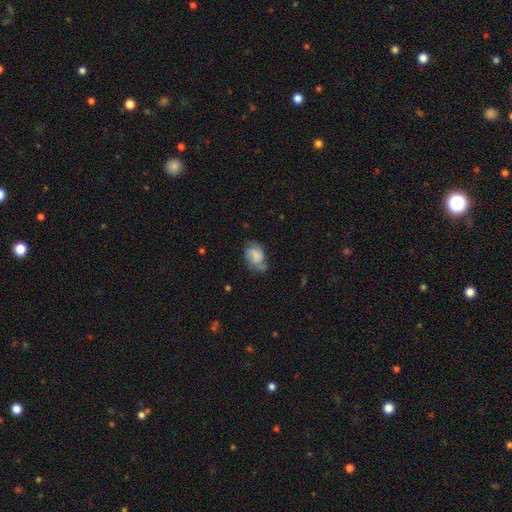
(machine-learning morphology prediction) Smooth or featured? smooth (56%)
How rounded? in between (81%)
Merging? none (49%)